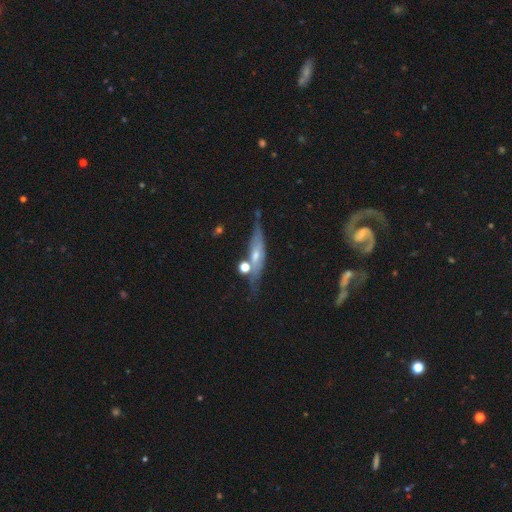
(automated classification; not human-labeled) smooth-or-featured: featured or disk: 64% | smooth: 27% | star or artifact: 9%
  disk-edge-on: yes: 76% | no: 24%
  merging: none: 62% | minor disturbance: 20% | merger: 11% | major disturbance: 7%